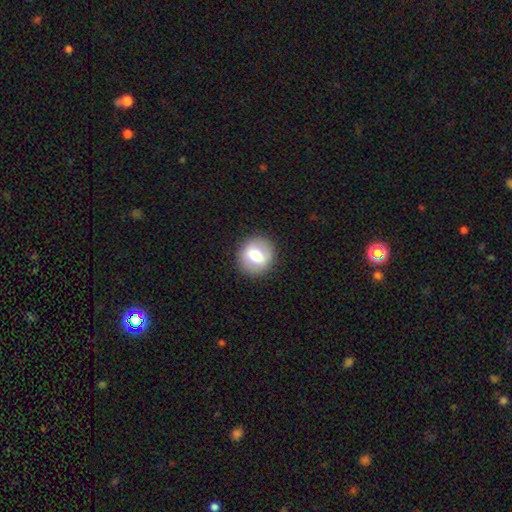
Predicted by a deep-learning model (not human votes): Smooth or featured? Predicted: smooth (p=0.61). How rounded? Predicted: round (p=0.84). Merging? Predicted: none (p=0.88).